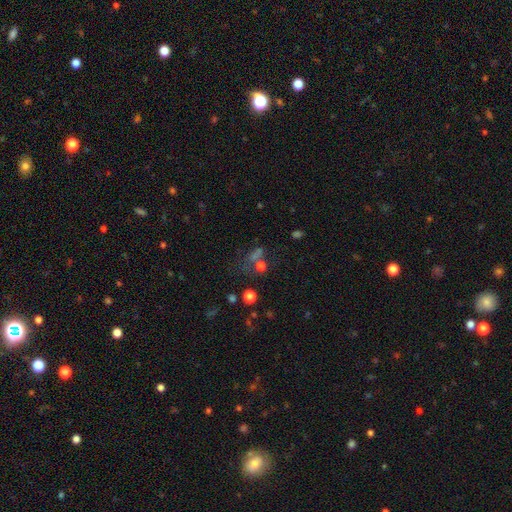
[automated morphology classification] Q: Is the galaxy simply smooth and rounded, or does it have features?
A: star or artifact — 44%.